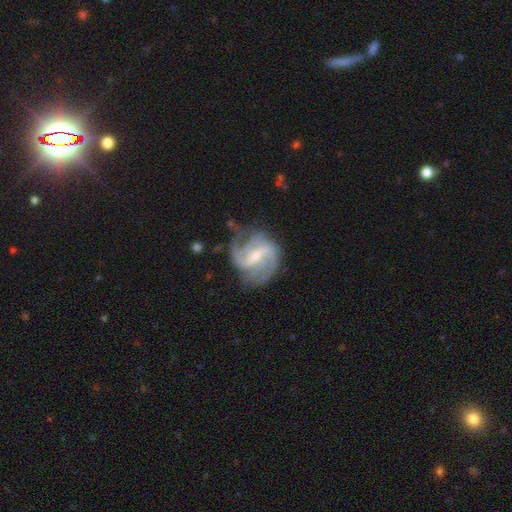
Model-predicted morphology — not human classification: smooth_or_featured: featured or disk (p=0.88) [alt: smooth p=0.06]
disk_edge_on: no (p=0.97) [alt: yes p=0.03]
bar: strong (p=0.47) [alt: weak p=0.41]
has_spiral_arms: yes (p=0.96) [alt: no p=0.04]
spiral_winding: medium (p=0.46) [alt: loose p=0.33]
spiral_arm_count: 2 (p=0.58) [alt: 3 p=0.18]
bulge_size: small (p=0.60) [alt: moderate p=0.36]
merging: none (p=0.66) [alt: minor disturbance p=0.21]